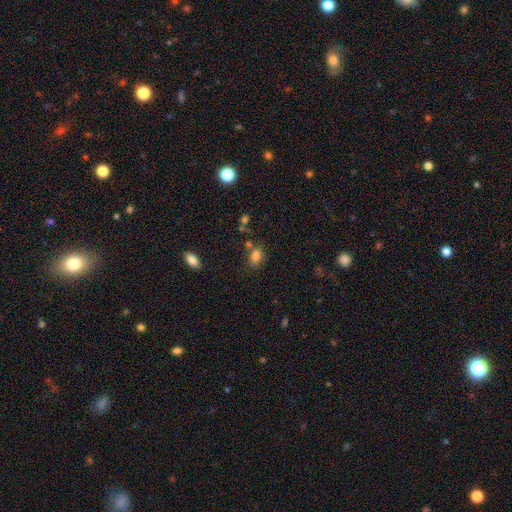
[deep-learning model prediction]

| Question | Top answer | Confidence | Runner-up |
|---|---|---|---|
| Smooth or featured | smooth | 81% | star or artifact (12%) |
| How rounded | in between | 80% | round (18%) |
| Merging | none | 65% | minor disturbance (17%) |